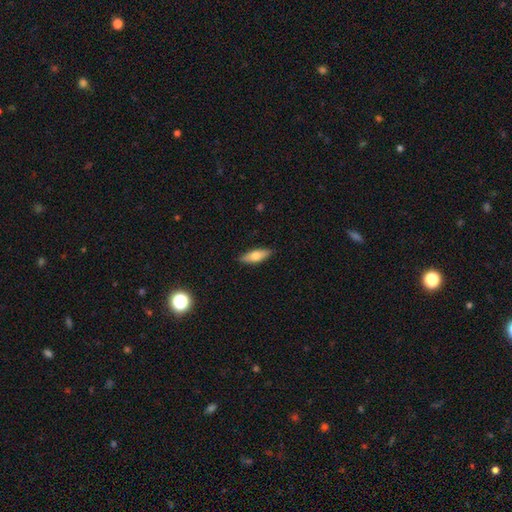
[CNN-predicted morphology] type=smooth (66%); roundness=in between (58%); merging=none (89%).